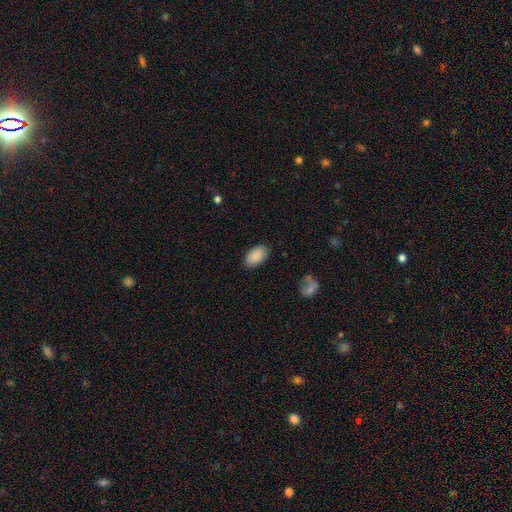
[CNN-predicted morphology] smooth_or_featured: smooth (p=0.90) [alt: star or artifact p=0.07]
how_rounded: in between (p=0.93) [alt: round p=0.06]
merging: none (p=0.84) [alt: minor disturbance p=0.12]